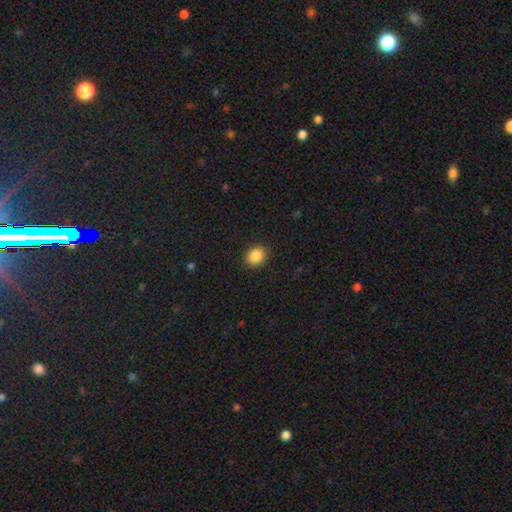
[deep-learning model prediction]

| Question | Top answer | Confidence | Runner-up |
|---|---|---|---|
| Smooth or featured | smooth | 88% | star or artifact (9%) |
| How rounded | round | 63% | in between (36%) |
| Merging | none | 90% | minor disturbance (7%) |